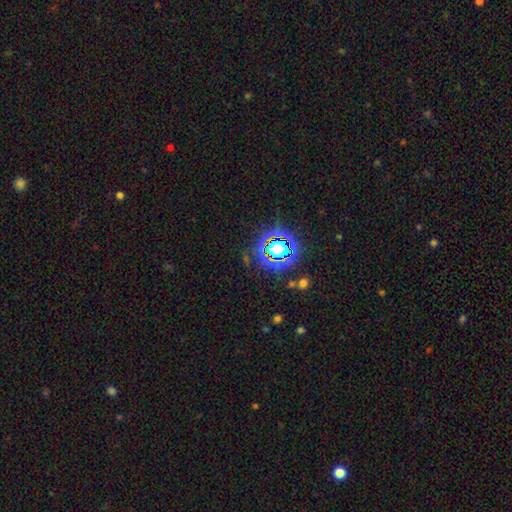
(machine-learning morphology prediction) A star or artifact, not a galaxy (80%).